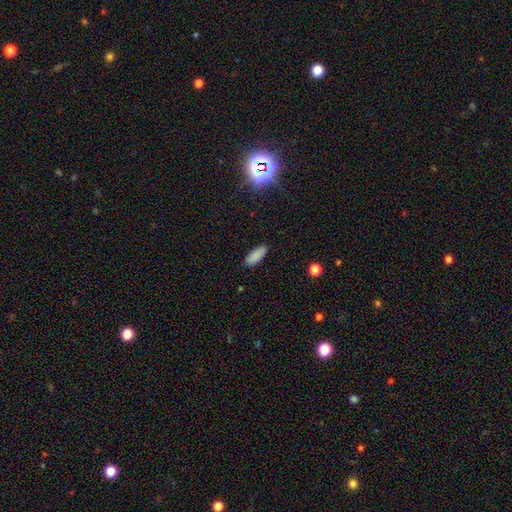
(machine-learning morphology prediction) The model was most divided on "how rounded": in between: 68%, cigar-shaped: 30%, round: 2%. More confident: merging — none (88%); smooth or featured — smooth (87%).